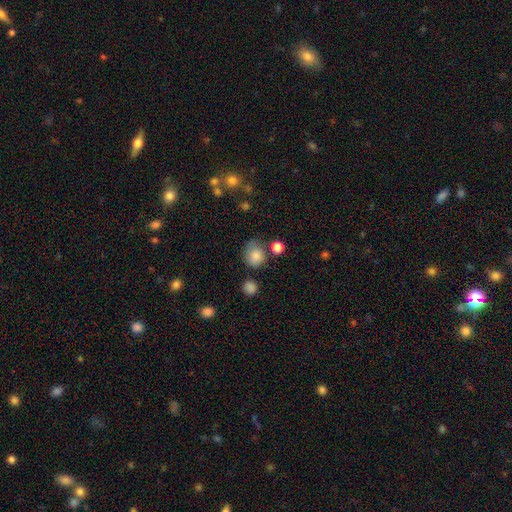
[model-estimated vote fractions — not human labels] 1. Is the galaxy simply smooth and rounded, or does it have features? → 83% smooth, 10% star or artifact, 7% featured or disk.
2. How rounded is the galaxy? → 75% round, 24% in between, 1% cigar-shaped.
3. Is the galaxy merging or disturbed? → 59% none, 25% minor disturbance, 9% major disturbance, 8% merger.